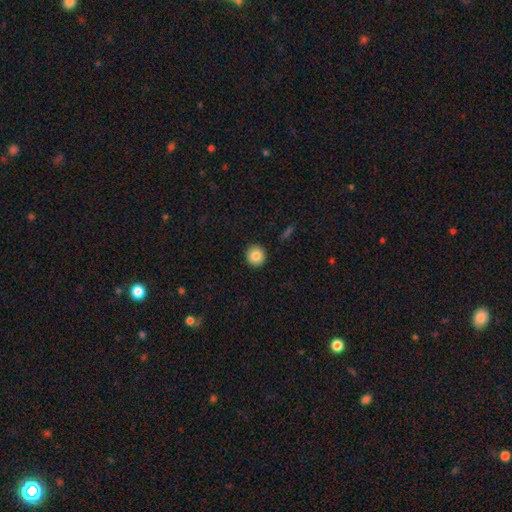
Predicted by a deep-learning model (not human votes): Overall: smooth (86%). How rounded: round (94%). Merging: none (93%).